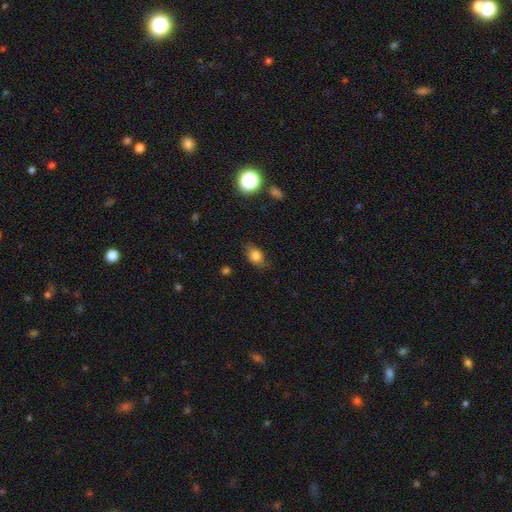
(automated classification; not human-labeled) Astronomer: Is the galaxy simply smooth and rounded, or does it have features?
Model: smooth — 79%.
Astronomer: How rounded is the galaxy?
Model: in between — 76%.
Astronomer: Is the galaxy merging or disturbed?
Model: none — 76%.